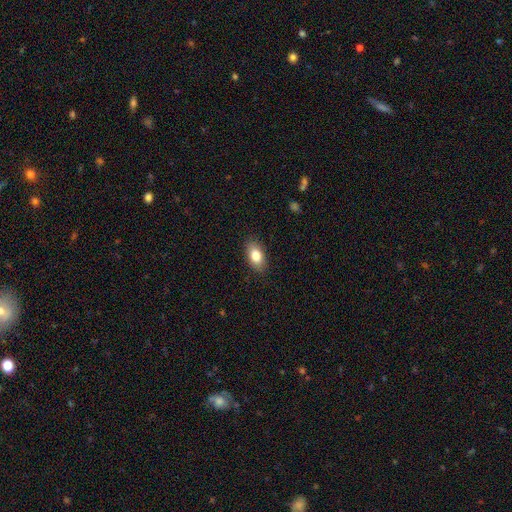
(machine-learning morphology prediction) Q: Smooth or featured?
A: smooth (81%); runner-up: featured or disk (11%)
Q: How rounded?
A: in between (90%); runner-up: round (7%)
Q: Merging?
A: none (87%); runner-up: minor disturbance (10%)